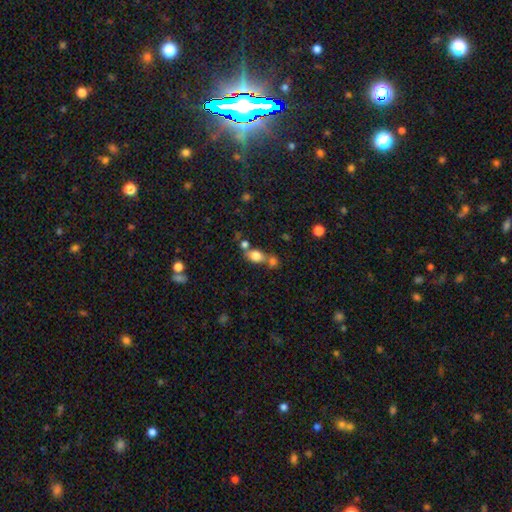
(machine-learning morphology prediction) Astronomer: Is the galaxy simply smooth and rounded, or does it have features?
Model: smooth — 78%.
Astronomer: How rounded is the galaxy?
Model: in between — 63%.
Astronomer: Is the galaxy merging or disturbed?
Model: none — 43% (runner-up: merger, 41%).